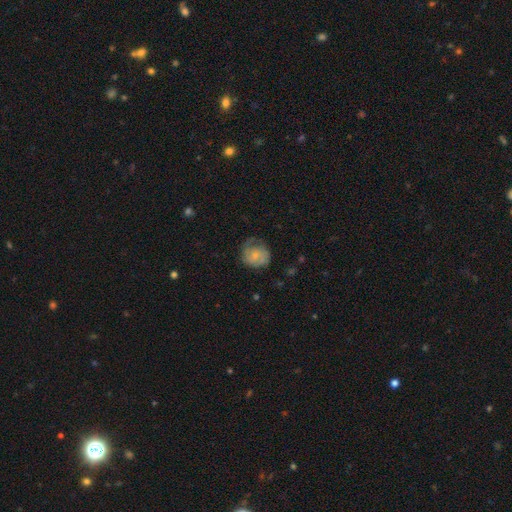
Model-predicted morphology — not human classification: This appears to be a smooth galaxy with no disk features (47%). Merging: none (51%).